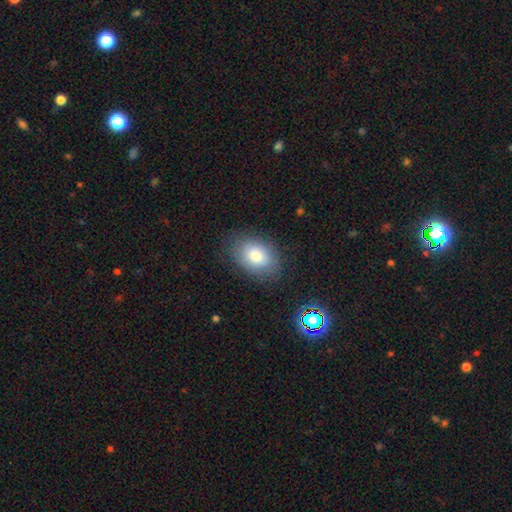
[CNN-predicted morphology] Overall: smooth (79%). How rounded: in between (83%). Merging: none (81%).